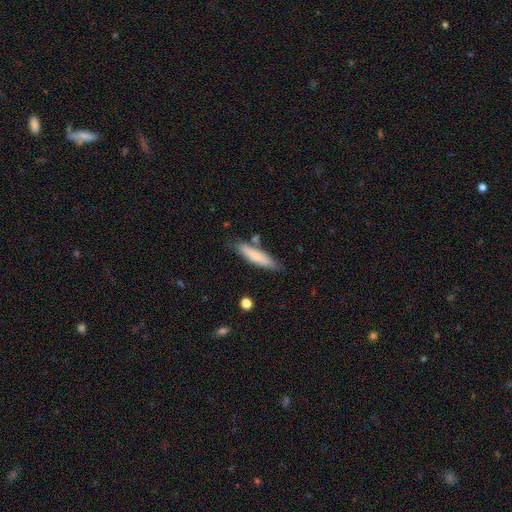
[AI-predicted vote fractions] smooth 75%, featured or disk 18%, star or artifact 6%. Down the decision tree: how rounded — cigar-shaped (82%); merging — none (76%).